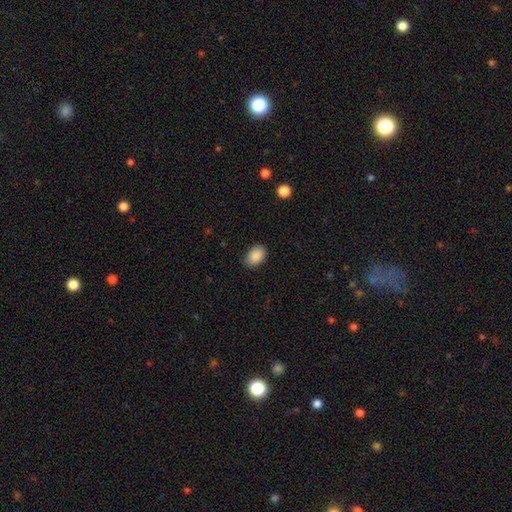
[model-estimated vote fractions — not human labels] A smooth galaxy with no disk features (89%) that is in between round and cigar-shaped (85%).

Vote fractions:
- Smooth or featured? smooth: 89% / star or artifact: 7% / featured or disk: 3%
- How rounded? in between: 85% / round: 14% / cigar-shaped: 1%
- Merging? none: 83% / minor disturbance: 14% / major disturbance: 3% / merger: 1%